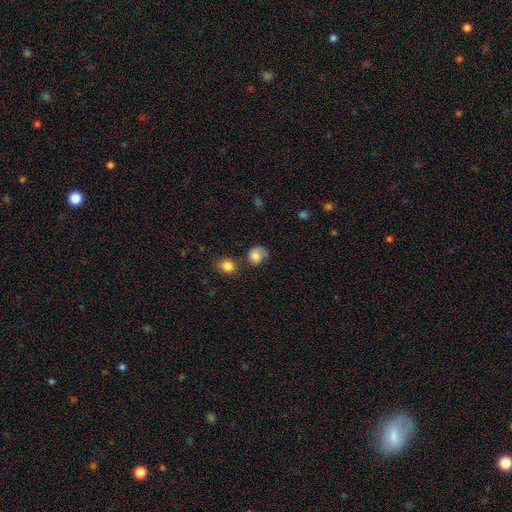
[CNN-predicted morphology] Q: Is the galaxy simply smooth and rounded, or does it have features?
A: smooth — 74%.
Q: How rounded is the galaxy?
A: round — 69%.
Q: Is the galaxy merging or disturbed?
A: none — 43%.